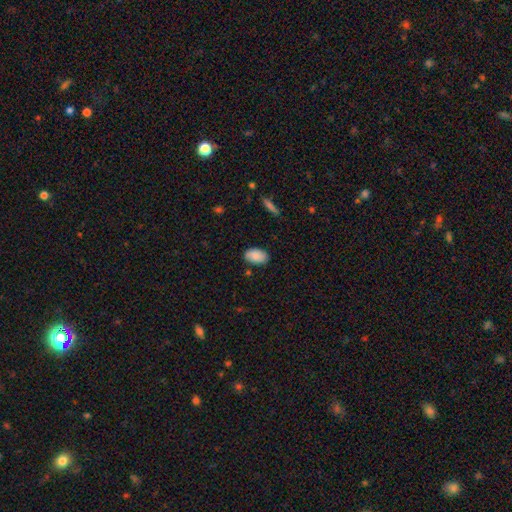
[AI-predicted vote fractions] smooth 86%, featured or disk 7%, star or artifact 7%. Down the decision tree: how rounded — in between (93%); merging — none (83%).